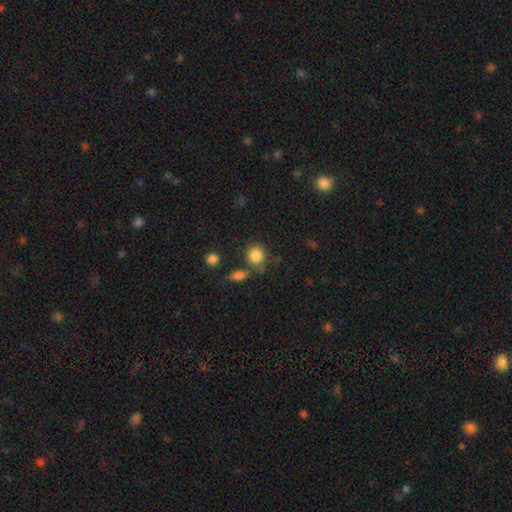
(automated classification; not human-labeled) smooth_or_featured: smooth (p=0.84) [alt: star or artifact p=0.10]
how_rounded: round (p=0.84) [alt: in between p=0.15]
merging: none (p=0.66) [alt: merger p=0.15]